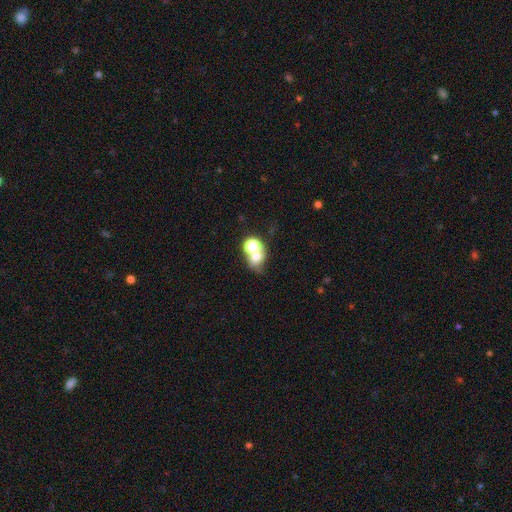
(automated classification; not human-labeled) smooth-or-featured: smooth: 64% | star or artifact: 19% | featured or disk: 17%
  how-rounded: round: 55% | in between: 44% | cigar-shaped: 1%
  merging: merger: 50% | none: 34% | minor disturbance: 9% | major disturbance: 7%